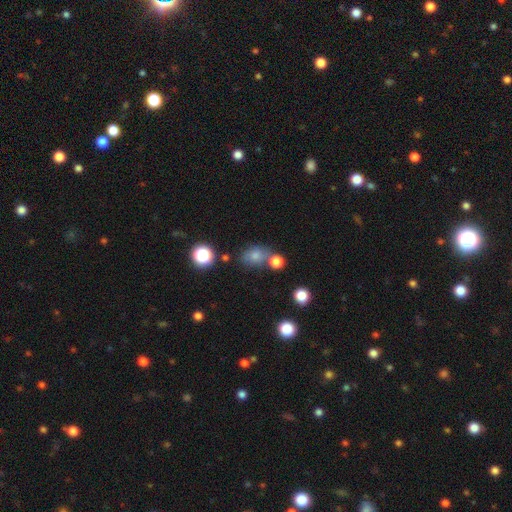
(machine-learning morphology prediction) Smooth or featured: smooth — 74% (star or artifact — 16%)
How rounded: in between — 62% (round — 37%)
Merging: none — 57% (merger — 20%)